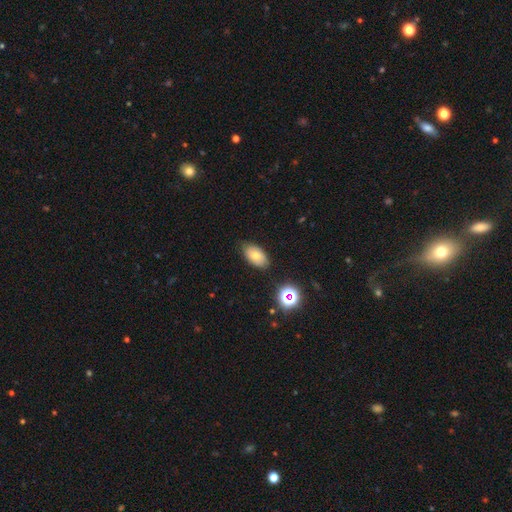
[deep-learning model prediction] Smooth or featured? Predicted: smooth (p=0.74). How rounded? Predicted: in between (p=0.92). Merging? Predicted: none (p=0.81).